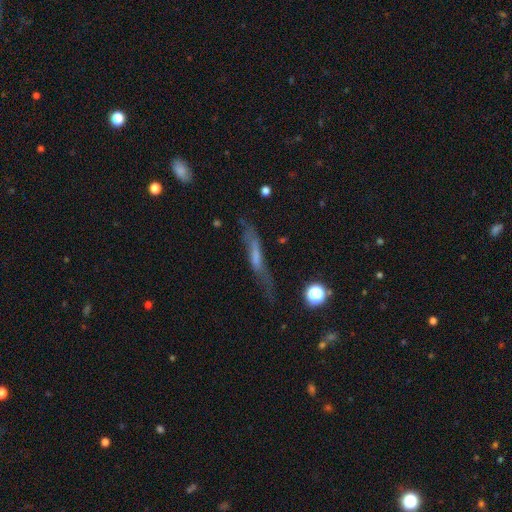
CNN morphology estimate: Overall: featured or disk (53%; smooth 35%). Edge-on disk: yes (69%; no 31%). Merging: none (58%; minor disturbance 23%).